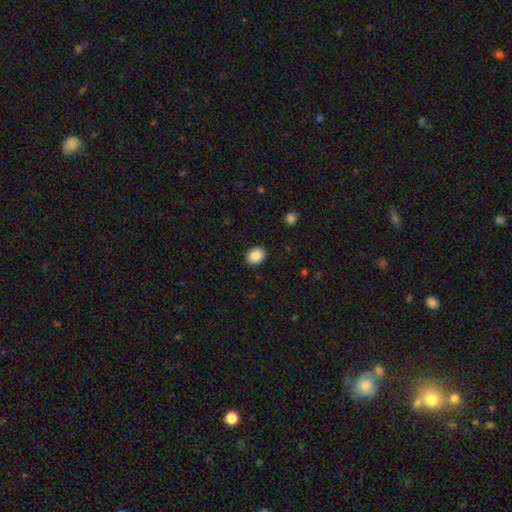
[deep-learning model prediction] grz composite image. It shows a smooth galaxy with no disk features (88%) that is in between round and cigar-shaped (69%). Merging: none (90%).